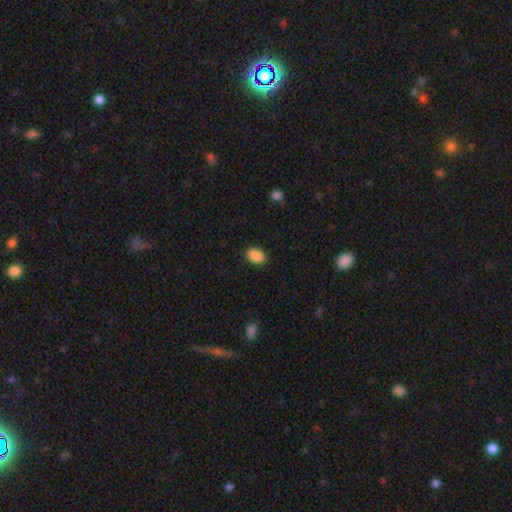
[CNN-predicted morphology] Smooth or featured? smooth (89%)
How rounded? in between (82%)
Merging? none (89%)